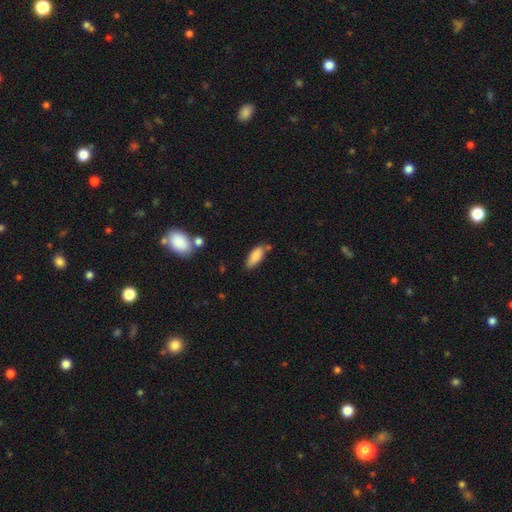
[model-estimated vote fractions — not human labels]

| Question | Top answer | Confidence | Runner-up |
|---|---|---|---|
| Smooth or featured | smooth | 85% | featured or disk (8%) |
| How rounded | in between | 74% | cigar-shaped (24%) |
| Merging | none | 69% | minor disturbance (20%) |